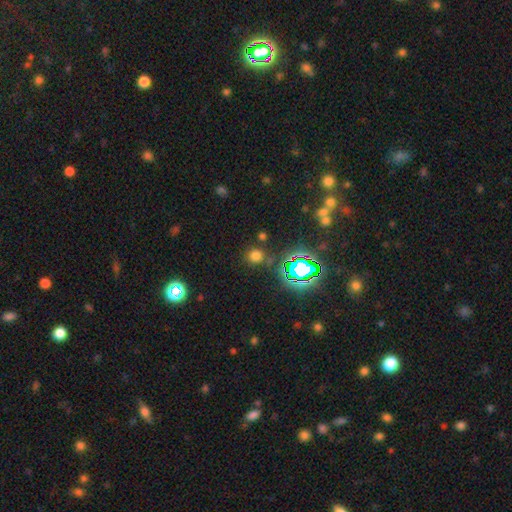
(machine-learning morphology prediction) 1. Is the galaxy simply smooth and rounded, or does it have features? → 64% smooth, 30% star or artifact, 6% featured or disk.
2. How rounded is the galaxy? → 86% round, 12% in between, 1% cigar-shaped.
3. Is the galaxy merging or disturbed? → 82% none, 9% minor disturbance, 5% merger, 4% major disturbance.